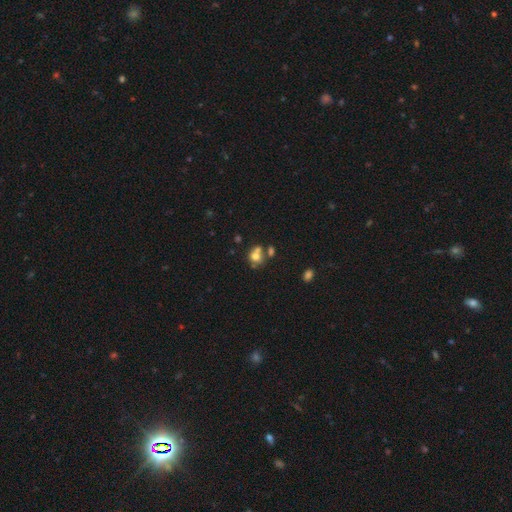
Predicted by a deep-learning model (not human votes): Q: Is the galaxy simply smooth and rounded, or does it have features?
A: smooth — 67%.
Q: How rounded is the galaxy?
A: round — 61%.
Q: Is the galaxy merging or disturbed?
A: merger — 42%.